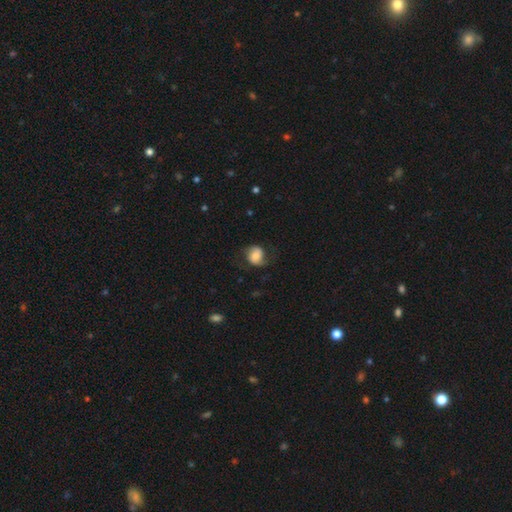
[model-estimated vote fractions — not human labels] A smooth galaxy with no disk features (52%) that is round (60%). Merging: none (62%).